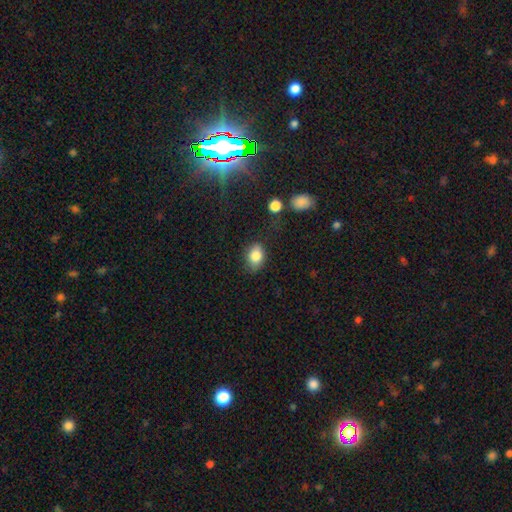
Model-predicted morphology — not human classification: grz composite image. It shows a smooth galaxy with no disk features (84%) that is in between round and cigar-shaped (79%). Merging: none (74%).